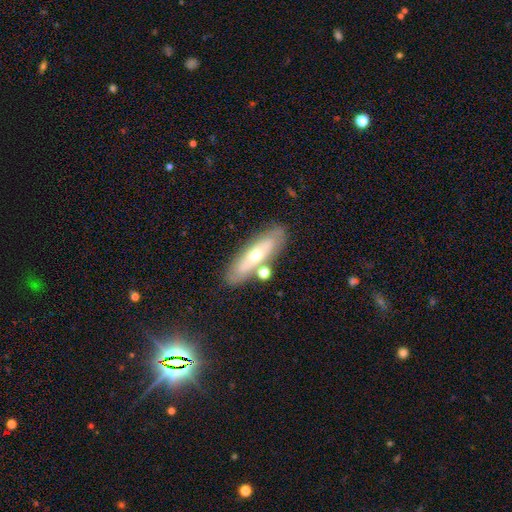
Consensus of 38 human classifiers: smooth_or_featured: featured or disk (p=0.66) [alt: smooth p=0.24]
disk_edge_on: no (p=0.60) [alt: yes p=0.40]
bar: no (p=0.87) [alt: strong p=0.07]
has_spiral_arms: no (p=0.73) [alt: yes p=0.27]
bulge_size: moderate (p=0.80) [alt: small p=0.20]
merging: none (p=0.85) [alt: minor disturbance p=0.09]